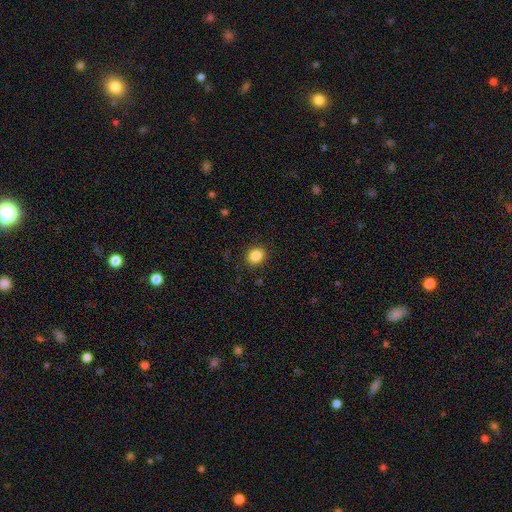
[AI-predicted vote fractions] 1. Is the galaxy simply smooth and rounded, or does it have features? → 86% smooth, 10% star or artifact, 4% featured or disk.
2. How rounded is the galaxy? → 65% round, 34% in between, 1% cigar-shaped.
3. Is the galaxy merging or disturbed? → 89% none, 8% minor disturbance, 2% major disturbance, 1% merger.